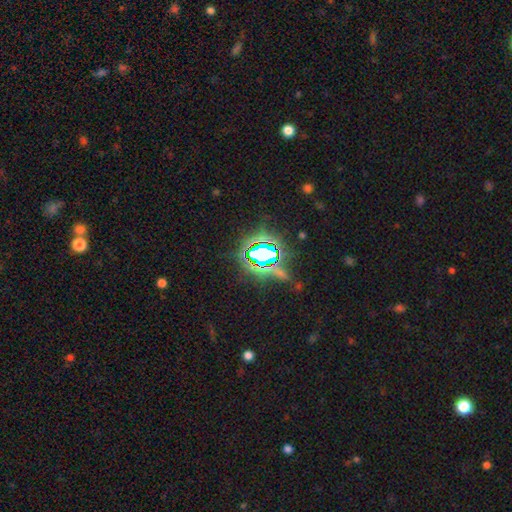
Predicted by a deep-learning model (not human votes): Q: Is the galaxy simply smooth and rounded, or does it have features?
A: star or artifact — 79%.